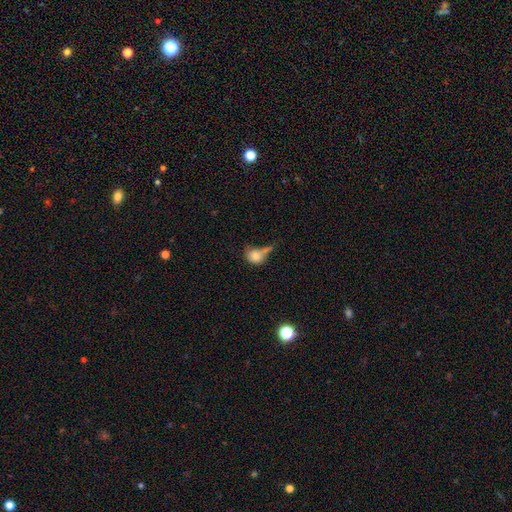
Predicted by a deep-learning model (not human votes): Overall: smooth (76%). How rounded: round (60%; in between 39%). Merging: merger (29%, tied with none).